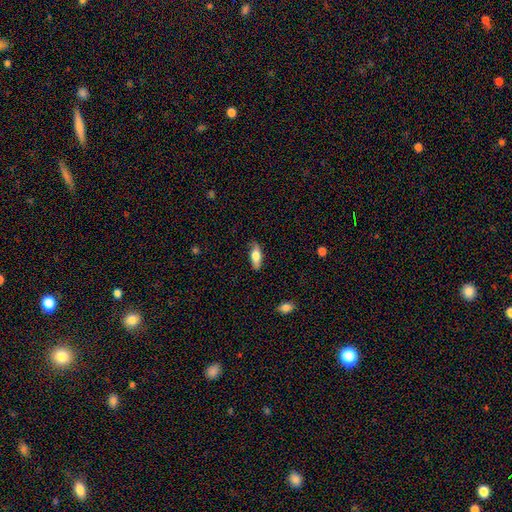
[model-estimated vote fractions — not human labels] Overall: smooth (68%). How rounded: in between (69%). Merging: none (79%).